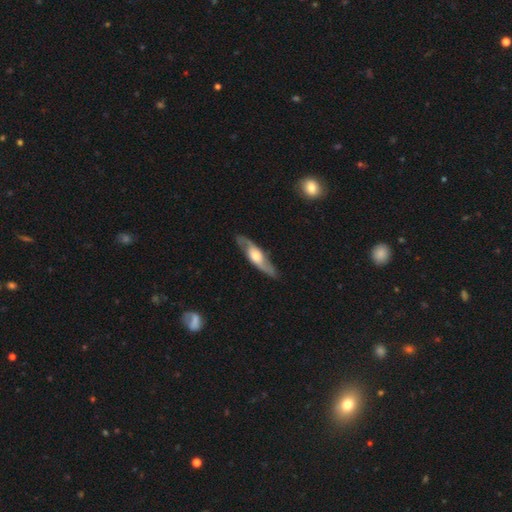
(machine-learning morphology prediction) smooth_or_featured: featured or disk (p=0.71) [alt: smooth p=0.24]
disk_edge_on: no (p=0.57) [alt: yes p=0.43]
merging: none (p=0.83) [alt: minor disturbance p=0.12]